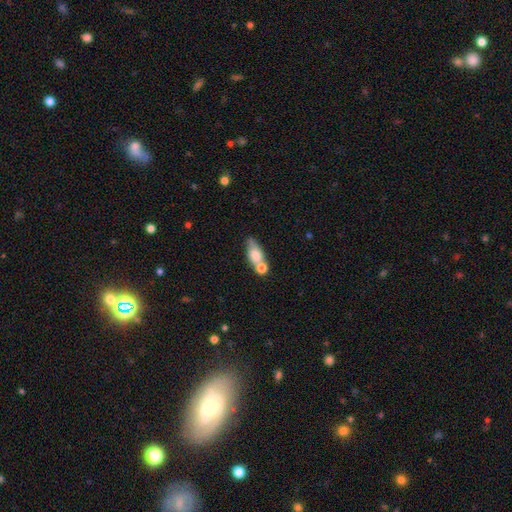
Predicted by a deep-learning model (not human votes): Smooth or featured?
  - smooth: 70% *
  - featured or disk: 22%
  - star or artifact: 8%
How rounded?
  - in between: 67% *
  - cigar-shaped: 19%
  - round: 13%
Merging?
  - merger: 42% *
  - none: 37%
  - minor disturbance: 14%
  - major disturbance: 7%